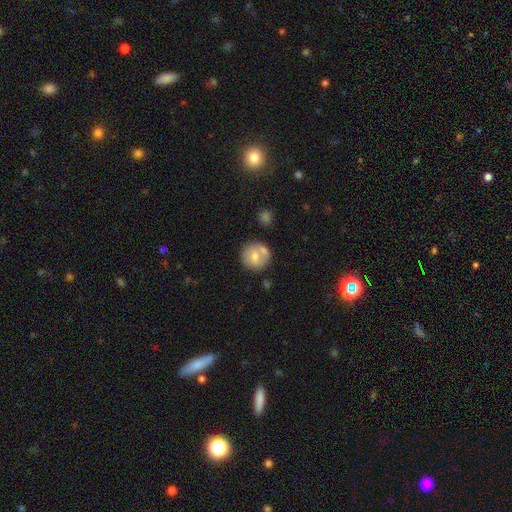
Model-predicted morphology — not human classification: A smooth galaxy with no disk features (67%) that is round (91%).

Vote fractions:
- Smooth or featured? smooth: 67% / featured or disk: 26% / star or artifact: 8%
- How rounded? round: 91% / in between: 8% / cigar-shaped: 1%
- Merging? none: 63% / merger: 20% / minor disturbance: 13% / major disturbance: 4%